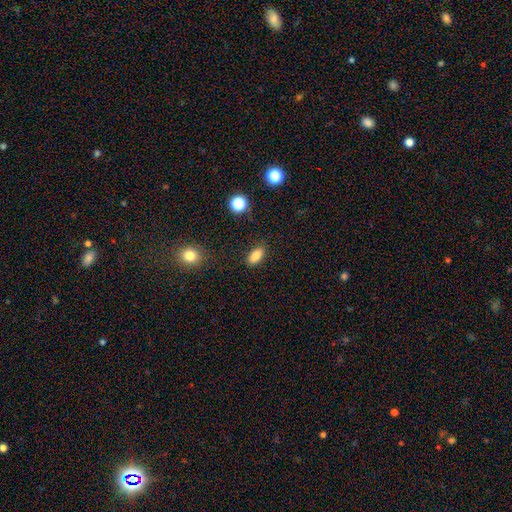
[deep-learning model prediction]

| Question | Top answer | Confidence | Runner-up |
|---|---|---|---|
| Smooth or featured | smooth | 84% | star or artifact (10%) |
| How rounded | in between | 87% | cigar-shaped (7%) |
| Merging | none | 87% | minor disturbance (9%) |